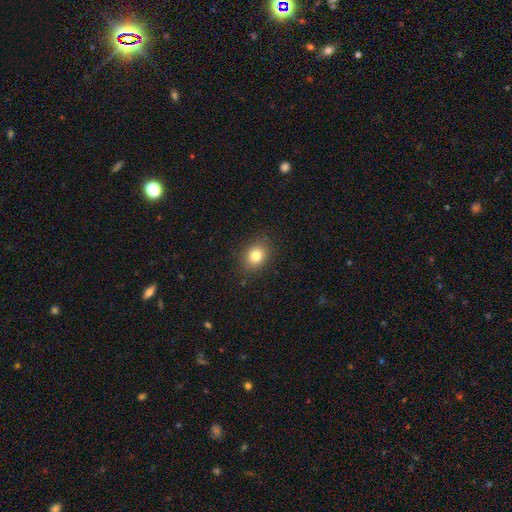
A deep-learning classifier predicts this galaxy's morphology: smooth-or-featured: smooth: 80% | star or artifact: 11% | featured or disk: 9%
  how-rounded: round: 51% | in between: 48% | cigar-shaped: 1%
  merging: none: 86% | minor disturbance: 10% | major disturbance: 3% | merger: 1%